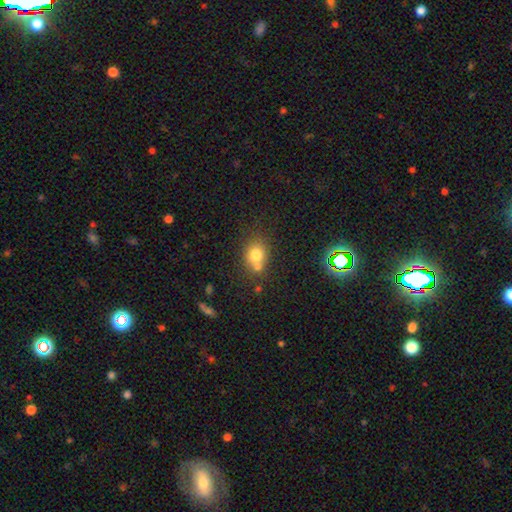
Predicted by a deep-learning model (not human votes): Smooth or featured?
  - smooth: 76% *
  - star or artifact: 12%
  - featured or disk: 12%
How rounded?
  - round: 68% *
  - in between: 31%
  - cigar-shaped: 1%
Merging?
  - none: 52% *
  - merger: 33%
  - minor disturbance: 12%
  - major disturbance: 4%